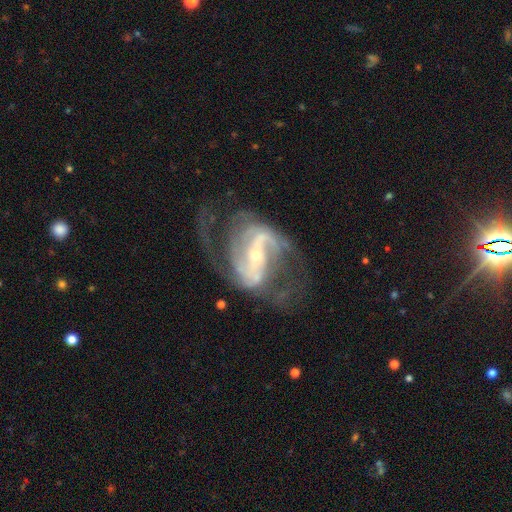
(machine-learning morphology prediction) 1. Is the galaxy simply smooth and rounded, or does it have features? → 91% featured or disk, 6% star or artifact, 4% smooth.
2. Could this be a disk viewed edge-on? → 97% no, 3% yes.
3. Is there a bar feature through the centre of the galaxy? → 51% strong, 32% weak, 17% no.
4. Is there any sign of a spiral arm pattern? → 97% yes, 3% no.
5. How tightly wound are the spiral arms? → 49% medium, 34% loose, 17% tight.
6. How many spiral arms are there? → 72% 2, 10% 3, 8% can't tell, 4% 4, 3% 1, 3% more than 4.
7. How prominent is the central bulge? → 73% small, 23% moderate, 2% large, 1% none, 1% dominant.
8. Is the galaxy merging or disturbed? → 55% none, 25% major disturbance, 18% minor disturbance, 2% merger.